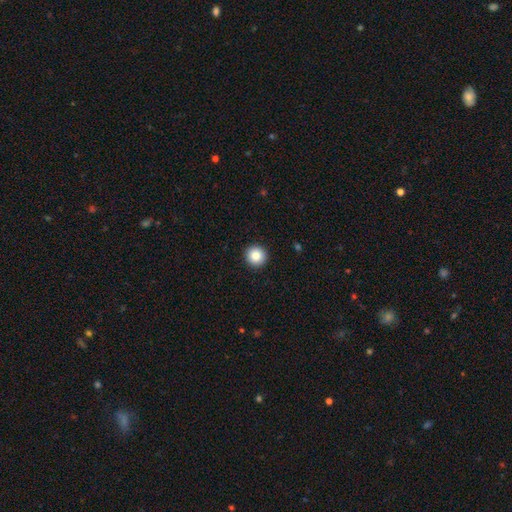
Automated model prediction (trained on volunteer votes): This appears to be a smooth galaxy with no disk features (86%) that is round (96%). Merging: none (93%).